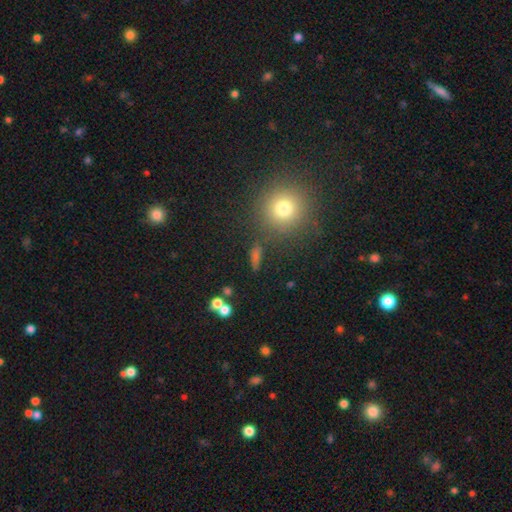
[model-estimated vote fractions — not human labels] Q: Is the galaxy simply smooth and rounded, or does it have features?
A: smooth — 62%.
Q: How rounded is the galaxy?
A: round — 37%.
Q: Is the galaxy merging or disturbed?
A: none — 80%.